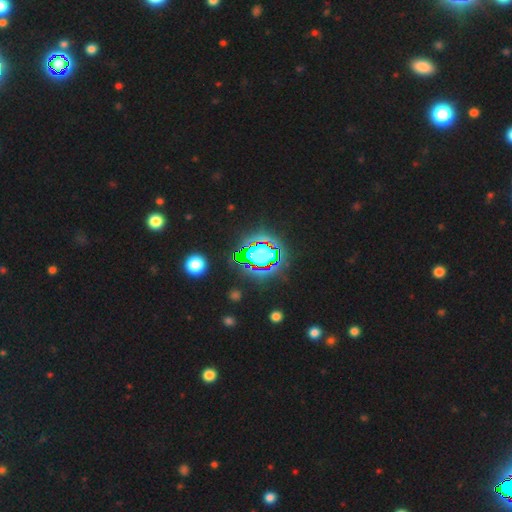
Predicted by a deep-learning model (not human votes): Smooth or featured?
  - star or artifact: 80% *
  - smooth: 12%
  - featured or disk: 8%